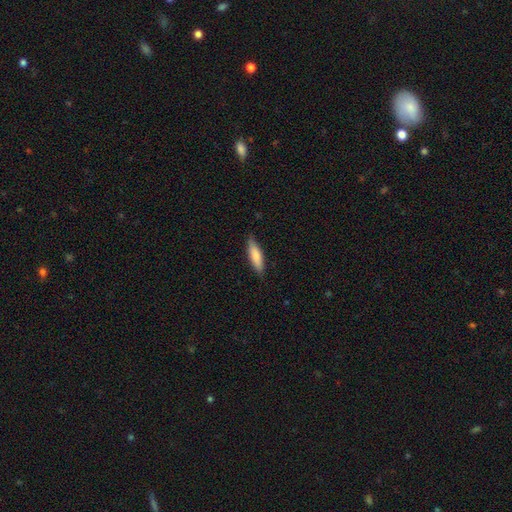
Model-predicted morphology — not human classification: Smooth or featured: smooth — 79% (featured or disk — 16%)
How rounded: cigar-shaped — 64% (in between — 34%)
Merging: none — 84% (minor disturbance — 13%)